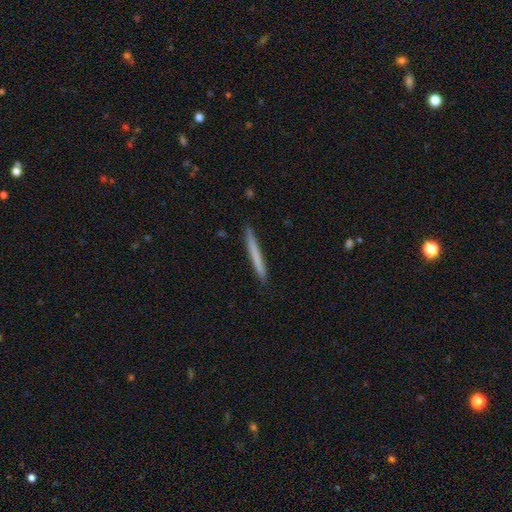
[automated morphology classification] The model was most divided on "smooth or featured": smooth: 66%, featured or disk: 28%, star or artifact: 6%. More confident: how rounded — cigar-shaped (97%); merging — none (91%).